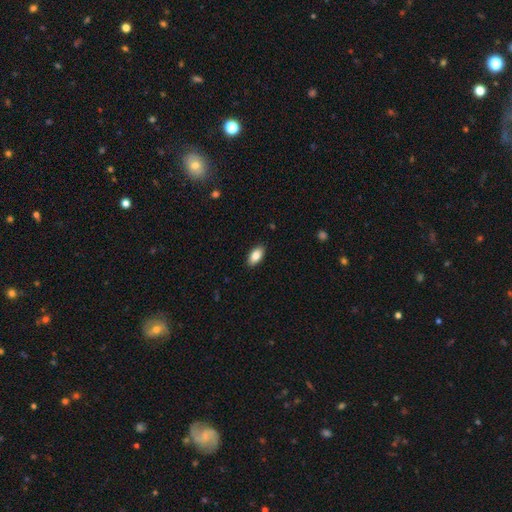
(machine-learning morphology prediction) smooth-or-featured: smooth: 84% | featured or disk: 9% | star or artifact: 7%
  how-rounded: in between: 92% | cigar-shaped: 5% | round: 3%
  merging: none: 90% | minor disturbance: 8% | major disturbance: 2% | merger: 1%